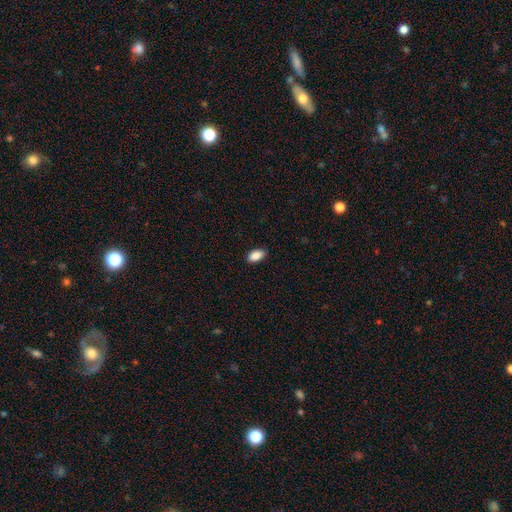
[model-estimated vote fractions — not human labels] smooth-or-featured: smooth: 89% | star or artifact: 7% | featured or disk: 4%
  how-rounded: in between: 93% | cigar-shaped: 4% | round: 3%
  merging: none: 89% | minor disturbance: 8% | major disturbance: 2% | merger: 1%